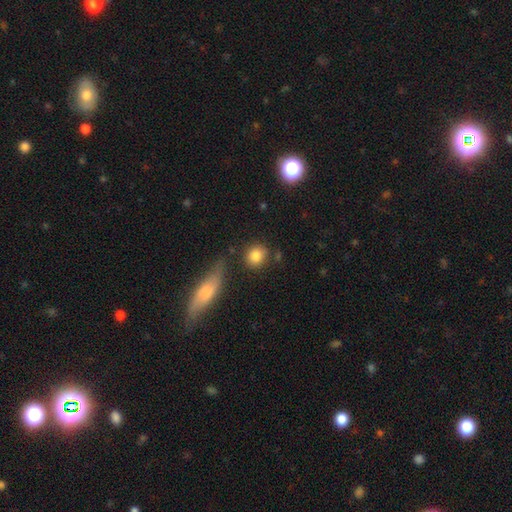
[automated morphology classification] smooth_or_featured: smooth (p=0.84) [alt: star or artifact p=0.08]
how_rounded: round (p=0.79) [alt: in between p=0.19]
merging: none (p=0.77) [alt: minor disturbance p=0.11]